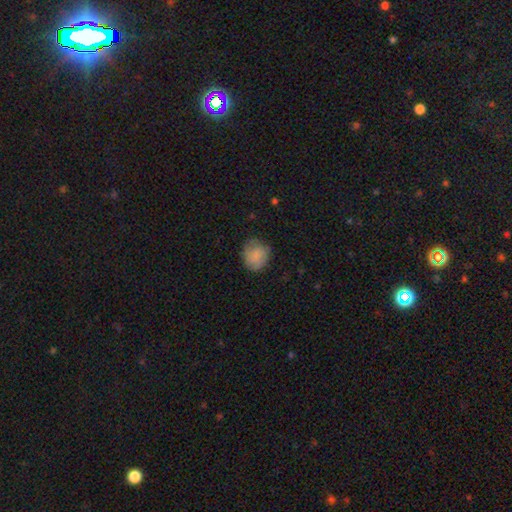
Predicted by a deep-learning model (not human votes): Smooth or featured: smooth — 80% (featured or disk — 12%)
How rounded: round — 73% (in between — 27%)
Merging: none — 72% (minor disturbance — 21%)